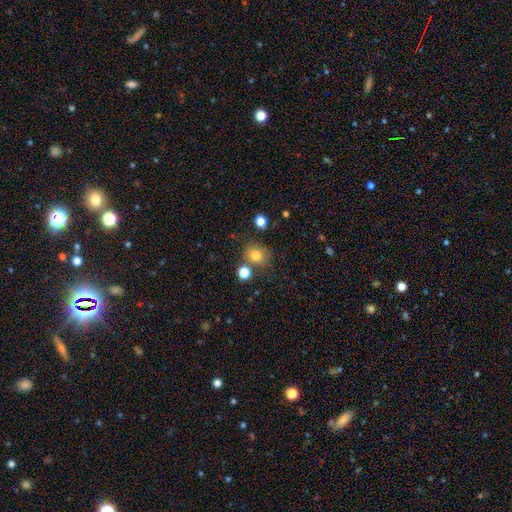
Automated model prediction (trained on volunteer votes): smooth-or-featured: smooth: 79% | star or artifact: 14% | featured or disk: 8%
  how-rounded: round: 75% | in between: 24% | cigar-shaped: 1%
  merging: none: 72% | minor disturbance: 12% | merger: 12% | major disturbance: 4%